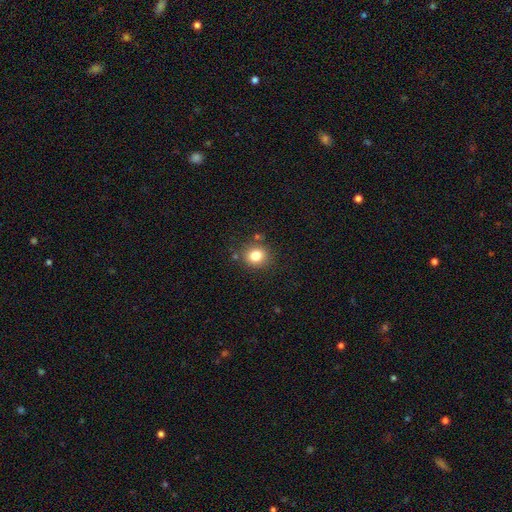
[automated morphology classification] A smooth galaxy with no disk features (81%) that is round (75%).

Vote fractions:
- Smooth or featured? smooth: 81% / star or artifact: 12% / featured or disk: 7%
- How rounded? round: 75% / in between: 24% / cigar-shaped: 1%
- Merging? none: 81% / minor disturbance: 11% / merger: 5% / major disturbance: 3%